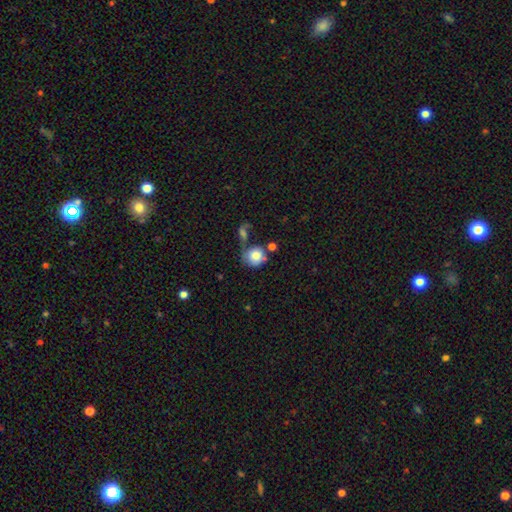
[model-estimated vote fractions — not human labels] The model was most divided on "merging": none: 38%, merger: 31%, minor disturbance: 17%, major disturbance: 13%. More confident: how rounded — round (83%); smooth or featured — smooth (79%).